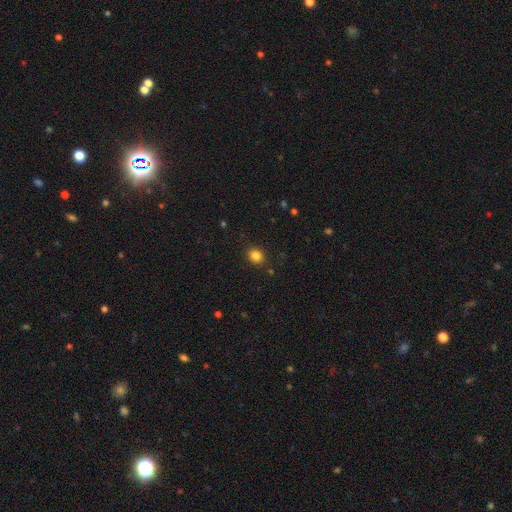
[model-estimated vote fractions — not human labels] This is clearly a smooth galaxy (84%). How rounded: likely round (66%). Merging: clearly none (89%).